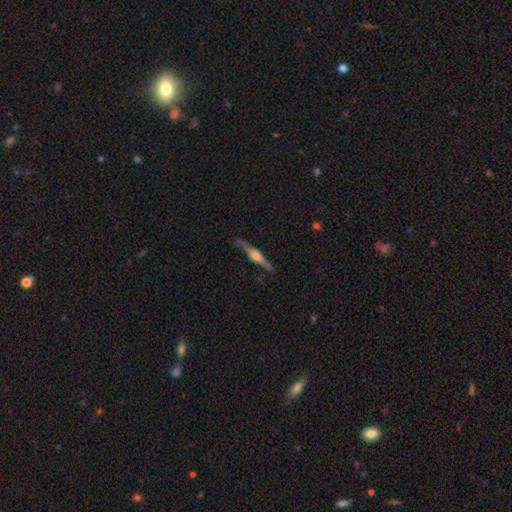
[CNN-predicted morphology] Q: Smooth or featured?
A: featured or disk (79%); runner-up: smooth (15%)
Q: Edge-on disk?
A: yes (98%); runner-up: no (2%)
Q: Edge-on bulge?
A: rounded (84%); runner-up: boxy (13%)
Q: Merging?
A: none (87%); runner-up: minor disturbance (10%)